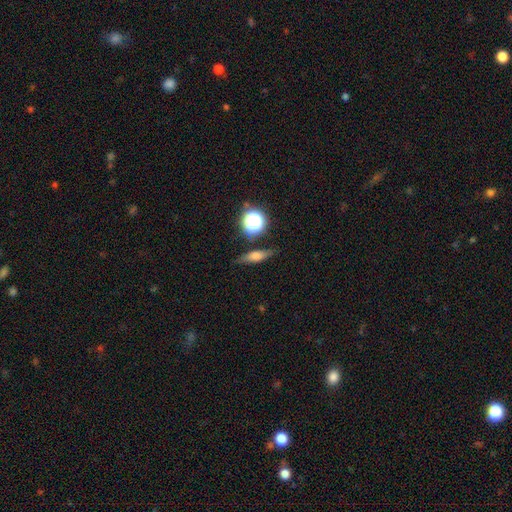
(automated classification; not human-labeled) Overall: smooth (56%; featured or disk 30%). How rounded: cigar-shaped (52%; in between 36%). Merging: none (78%).